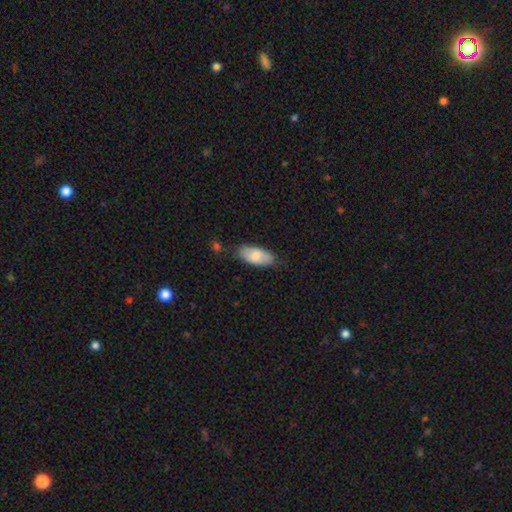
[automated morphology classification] Smooth or featured?
  - smooth: 79% *
  - featured or disk: 16%
  - star or artifact: 6%
How rounded?
  - in between: 88% *
  - cigar-shaped: 10%
  - round: 2%
Merging?
  - none: 75% *
  - minor disturbance: 19%
  - major disturbance: 4%
  - merger: 2%